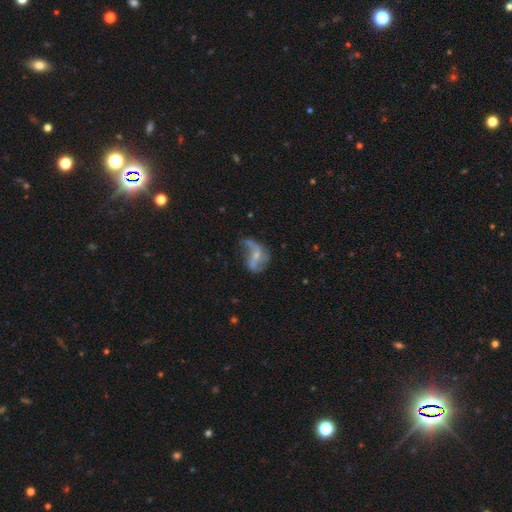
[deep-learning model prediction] This appears to be a featured or disk galaxy (70%) with no bar (49%), 2 (69%) loose (80%) spiral arms (76%) and a small central bulge (56%). Merging: none (38%).